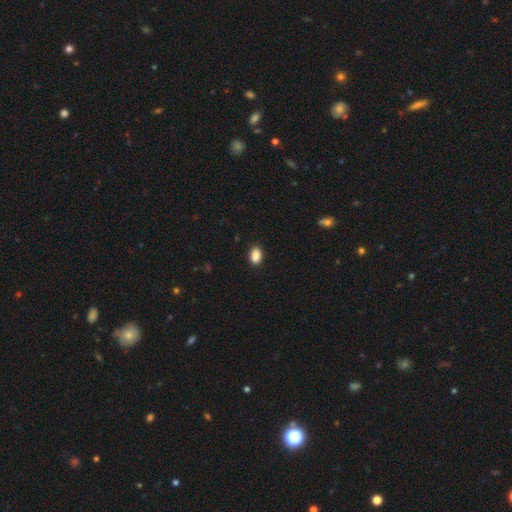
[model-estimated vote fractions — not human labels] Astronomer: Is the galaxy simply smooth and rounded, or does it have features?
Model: smooth — 89%.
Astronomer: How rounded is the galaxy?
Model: in between — 85%.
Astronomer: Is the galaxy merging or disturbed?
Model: none — 88%.